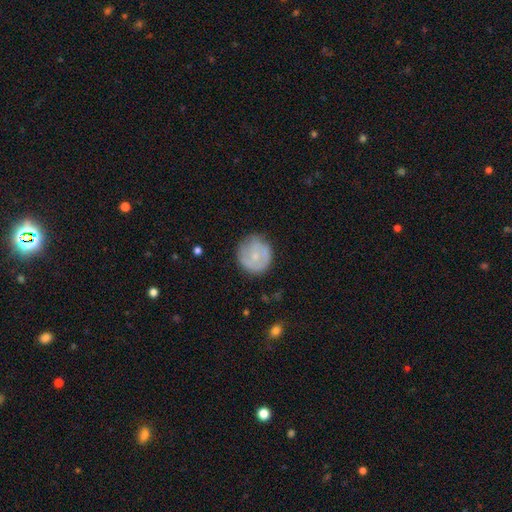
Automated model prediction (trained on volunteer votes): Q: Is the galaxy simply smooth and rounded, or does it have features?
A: smooth — 51%.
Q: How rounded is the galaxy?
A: round — 89%.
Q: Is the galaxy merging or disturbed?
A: none — 73%.